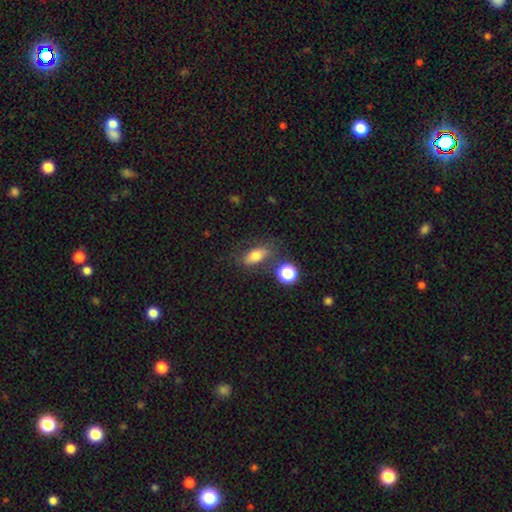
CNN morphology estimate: smooth_or_featured: smooth (p=0.71) [alt: featured or disk p=0.18]
how_rounded: in between (p=0.77) [alt: cigar-shaped p=0.12]
merging: none (p=0.66) [alt: minor disturbance p=0.18]